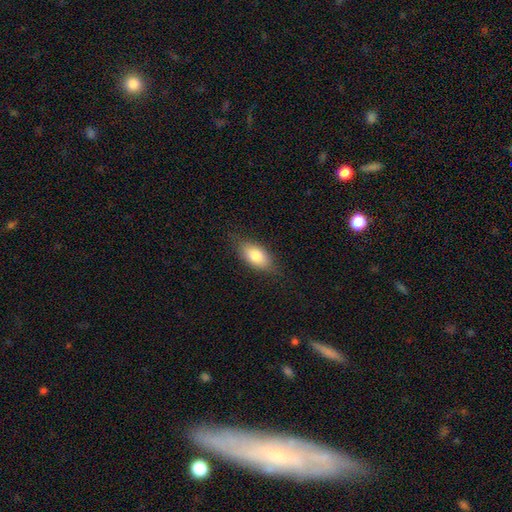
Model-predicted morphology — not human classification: smooth-or-featured: smooth: 79% | featured or disk: 14% | star or artifact: 7%
  how-rounded: in between: 89% | cigar-shaped: 6% | round: 5%
  merging: none: 79% | minor disturbance: 16% | major disturbance: 4% | merger: 1%